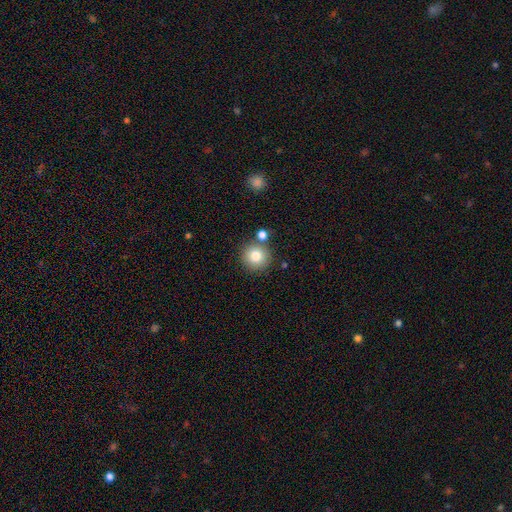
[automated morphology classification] smooth_or_featured: smooth (p=0.81) [alt: star or artifact p=0.10]
how_rounded: round (p=0.94) [alt: in between p=0.05]
merging: none (p=0.77) [alt: merger p=0.12]